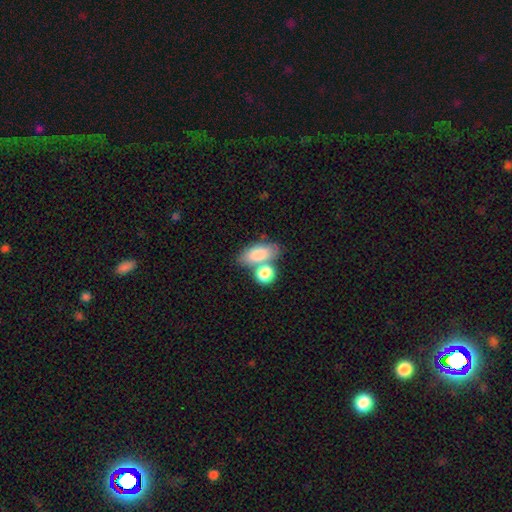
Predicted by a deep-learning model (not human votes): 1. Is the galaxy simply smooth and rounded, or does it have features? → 81% smooth, 12% featured or disk, 7% star or artifact.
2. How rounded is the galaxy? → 86% in between, 9% round, 5% cigar-shaped.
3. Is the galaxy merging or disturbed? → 44% none, 39% merger, 12% minor disturbance, 5% major disturbance.